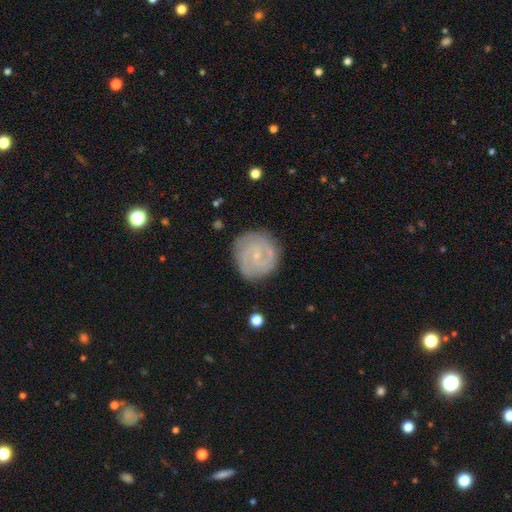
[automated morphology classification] A featured or disk galaxy (78%) with no bar (61%), 2 (42%) tight (67%) spiral arms (93%) and a small central bulge (83%).

Vote fractions:
- Smooth or featured? featured or disk: 78% / smooth: 16% / star or artifact: 6%
- Edge-on disk? no: 98% / yes: 2%
- Bar? no: 61% / weak: 33% / strong: 6%
- Spiral arms? yes: 93% / no: 7%
- Spiral winding? tight: 67% / medium: 27% / loose: 6%
- Spiral arm count? 2: 42% / can't tell: 24% / 3: 18% / 4: 6% / 1: 5% / more than 4: 4%
- Bulge size? small: 83% / moderate: 11% / none: 5% / large: 1% / dominant: 1%
- Merging? none: 81% / minor disturbance: 14% / major disturbance: 4% / merger: 1%